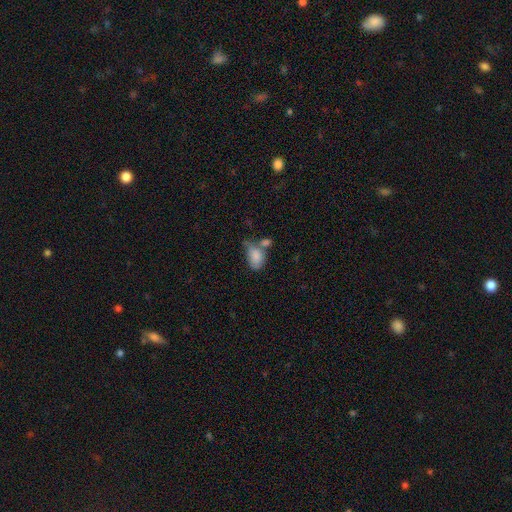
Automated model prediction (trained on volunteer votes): Overall: smooth (81%). How rounded: in between (87%). Merging: merger (39%; none 26%).